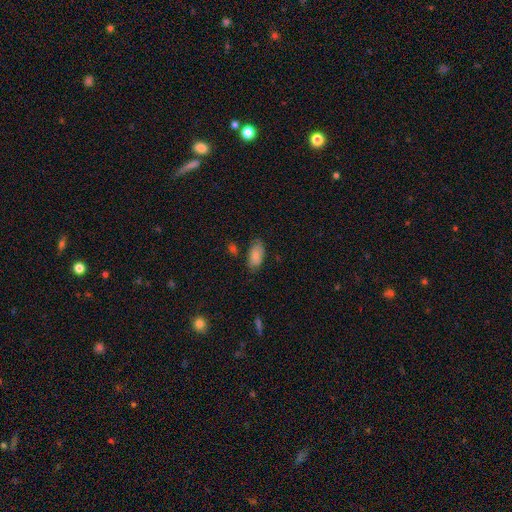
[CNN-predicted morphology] Smooth or featured: smooth — 81% (featured or disk — 12%)
How rounded: in between — 93% (cigar-shaped — 4%)
Merging: none — 73% (minor disturbance — 19%)